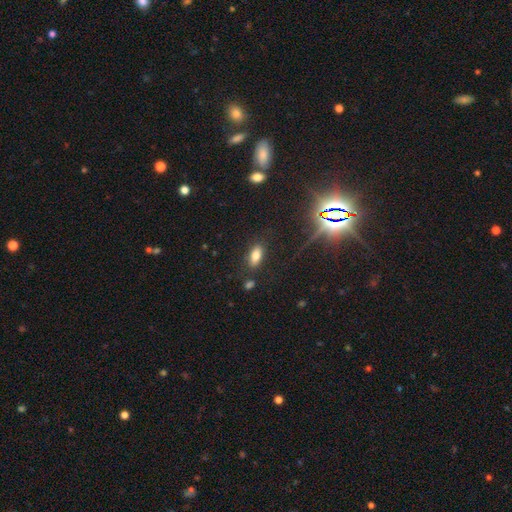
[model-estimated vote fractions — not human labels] Overall: smooth (76%). How rounded: in between (86%). Merging: none (83%).